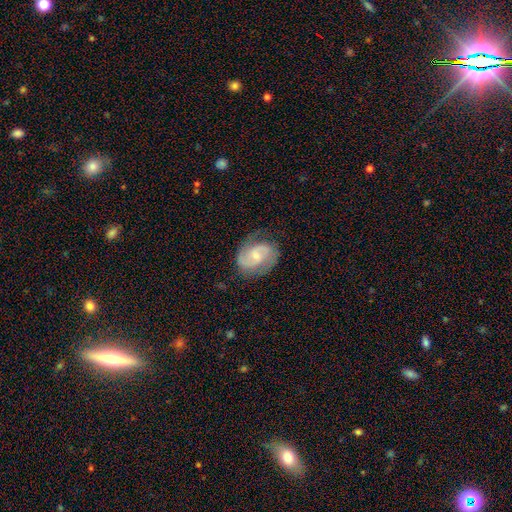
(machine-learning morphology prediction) Overall: featured or disk (77%). Edge-on disk: no (98%). Bar: no (49%; weak 43%). Spiral arms: yes (94%). Spiral arm count: 2 (85%). Spiral winding: medium (49%; tight 29%). Bulge size: small (52%; moderate 40%). Merging: none (70%).